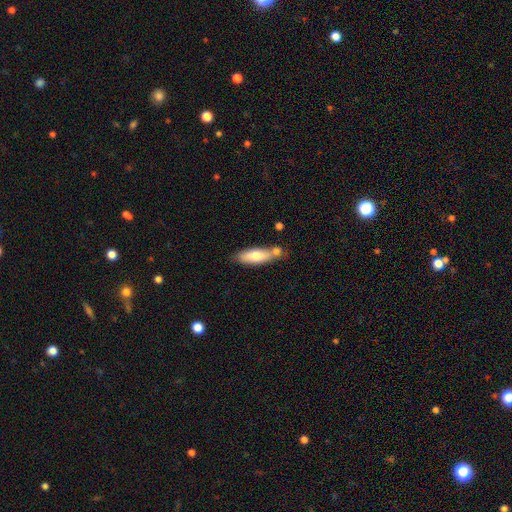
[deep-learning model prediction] Smooth or featured? smooth (72%)
How rounded? in between (56%)
Merging? none (56%)